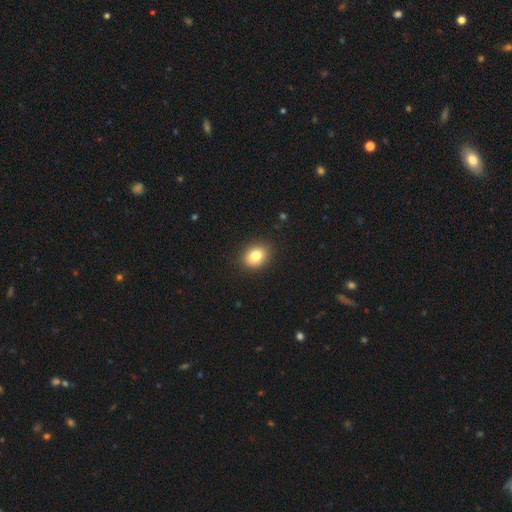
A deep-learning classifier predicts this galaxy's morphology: Q: Smooth or featured?
A: smooth (80%); runner-up: star or artifact (10%)
Q: How rounded?
A: round (56%); runner-up: in between (43%)
Q: Merging?
A: none (89%); runner-up: minor disturbance (8%)